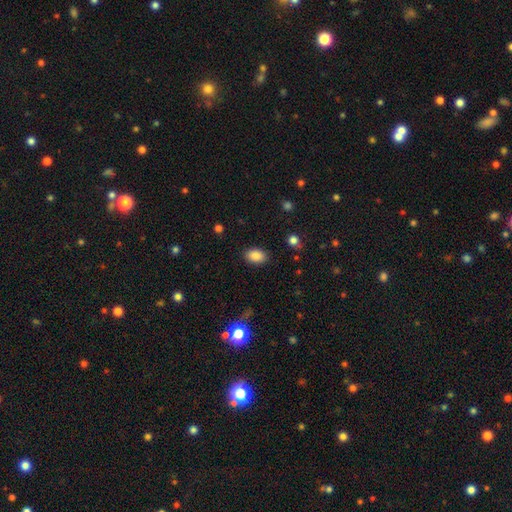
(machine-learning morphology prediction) The model was most divided on "how rounded": in between: 88%, round: 11%, cigar-shaped: 1%. More confident: merging — none (87%); smooth or featured — smooth (86%).